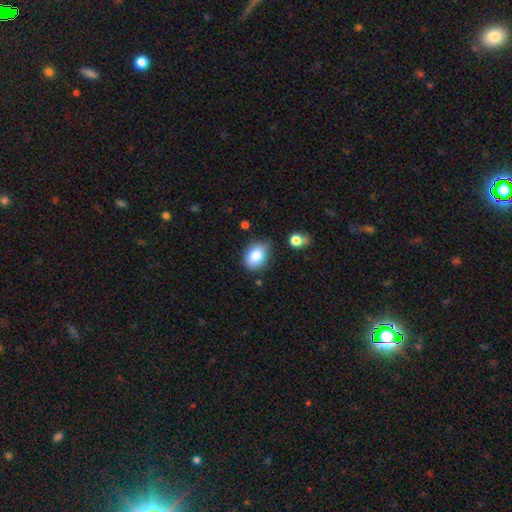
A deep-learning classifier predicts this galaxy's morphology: smooth 83%, star or artifact 9%, featured or disk 8%. Down the decision tree: how rounded — in between (71%); merging — none (65%).